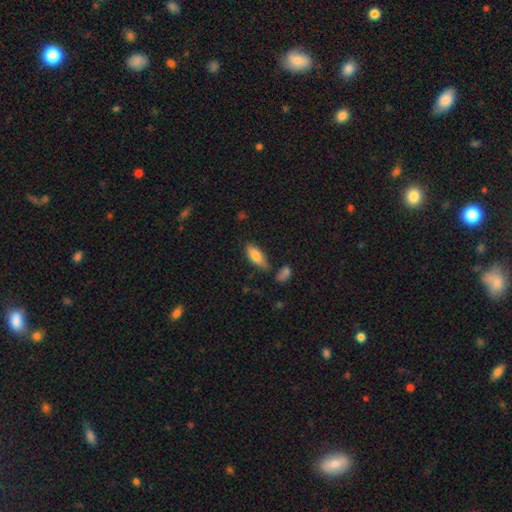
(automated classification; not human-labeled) Q: Smooth or featured?
A: smooth (75%); runner-up: featured or disk (18%)
Q: How rounded?
A: in between (73%); runner-up: cigar-shaped (24%)
Q: Merging?
A: none (69%); runner-up: minor disturbance (18%)